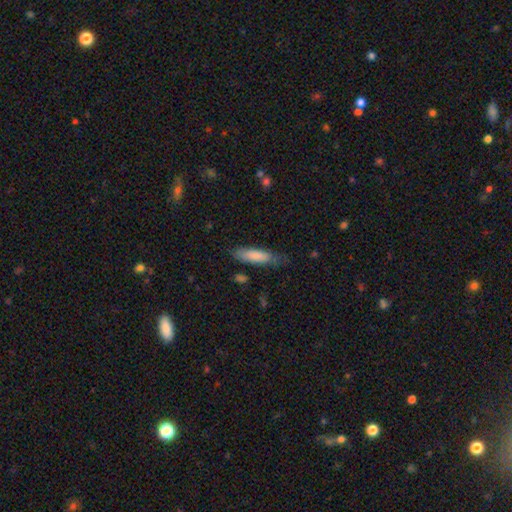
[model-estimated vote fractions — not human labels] Smooth or featured? Predicted: smooth (p=0.81). How rounded? Predicted: cigar-shaped (p=0.61). Merging? Predicted: none (p=0.66).